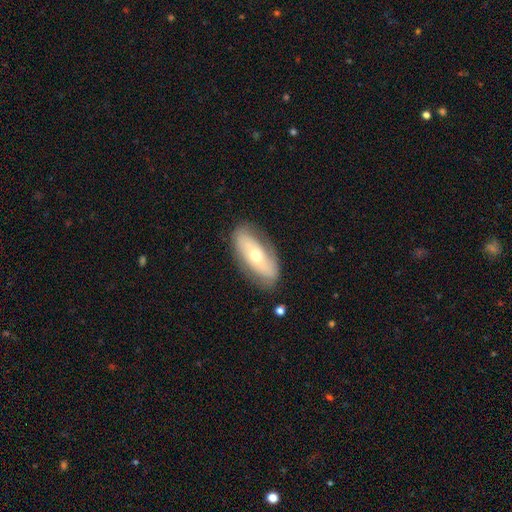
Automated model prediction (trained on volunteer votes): Smooth or featured? featured or disk (51%)
Edge-on disk? no (83%)
Merging? none (77%)